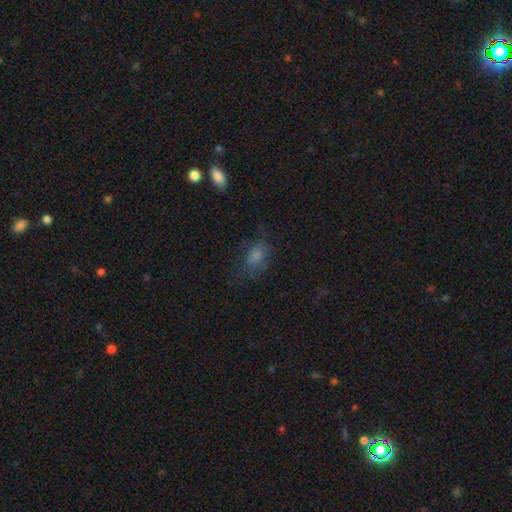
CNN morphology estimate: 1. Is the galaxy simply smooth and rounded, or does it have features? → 63% smooth, 20% star or artifact, 17% featured or disk.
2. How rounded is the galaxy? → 73% in between, 25% round, 3% cigar-shaped.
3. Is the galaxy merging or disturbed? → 62% none, 22% minor disturbance, 14% major disturbance, 2% merger.